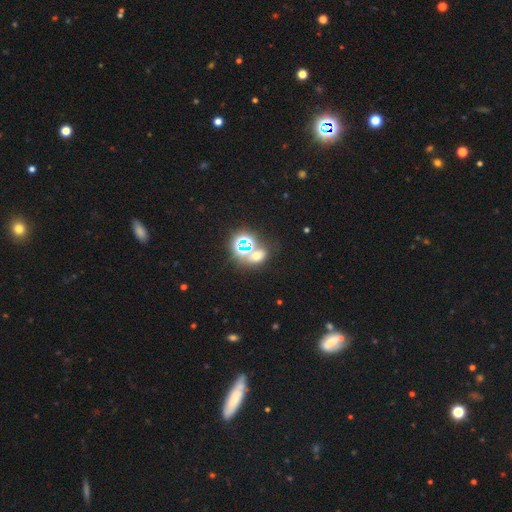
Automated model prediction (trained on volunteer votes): Smooth or featured: star or artifact — 45% (smooth — 42%)